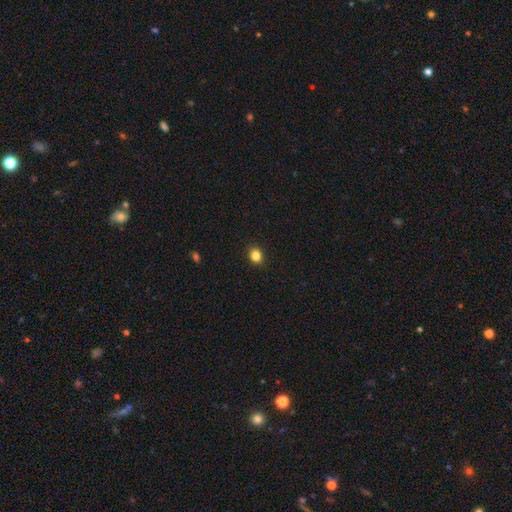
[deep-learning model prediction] Smooth or featured?
  - smooth: 85% *
  - star or artifact: 11%
  - featured or disk: 4%
How rounded?
  - round: 57% *
  - in between: 42%
  - cigar-shaped: 1%
Merging?
  - none: 90% *
  - minor disturbance: 7%
  - major disturbance: 2%
  - merger: 1%